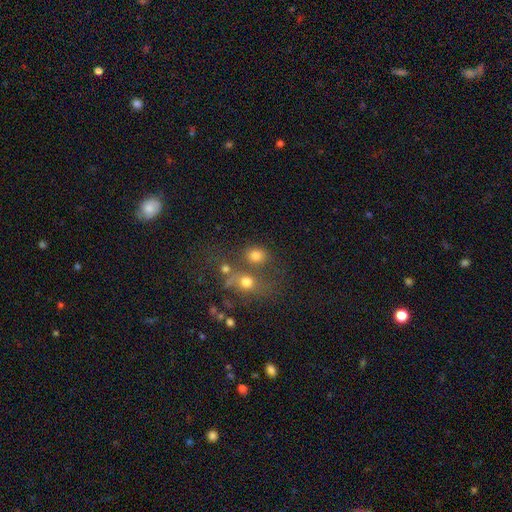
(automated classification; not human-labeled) A smooth galaxy with no disk features (74%) that is round (59%). Merging: none (52%).